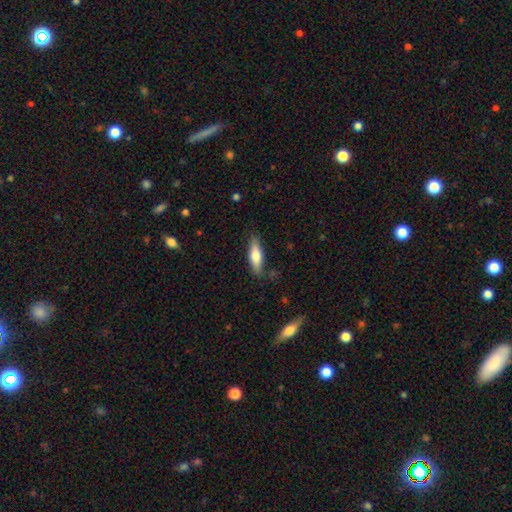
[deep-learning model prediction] A smooth galaxy with no disk features (71%) that is cigar-shaped (49%, tied with in between).

Vote fractions:
- Smooth or featured? smooth: 71% / featured or disk: 24% / star or artifact: 6%
- How rounded? cigar-shaped: 49% (tied) / in between: 49% (tied) / round: 2%
- Merging? none: 80% / minor disturbance: 15% / major disturbance: 3% / merger: 2%